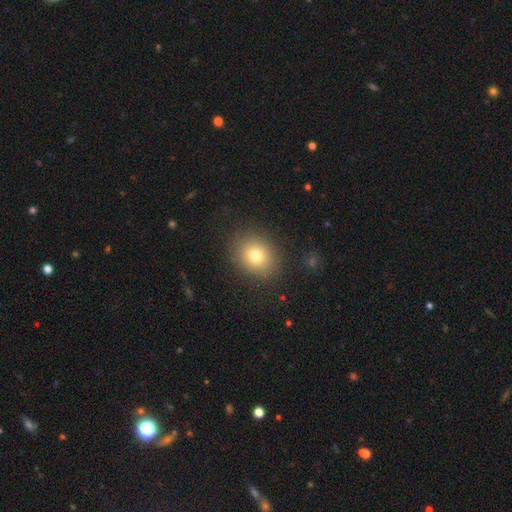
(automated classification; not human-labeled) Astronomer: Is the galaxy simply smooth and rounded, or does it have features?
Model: smooth — 77%.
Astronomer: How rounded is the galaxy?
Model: round — 62% (runner-up: in between, 37%).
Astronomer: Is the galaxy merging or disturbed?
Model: none — 87%.